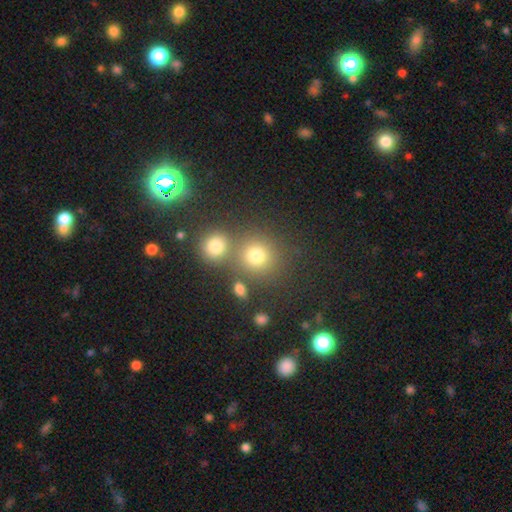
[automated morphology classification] Overall: smooth (76%). How rounded: round (87%). Merging: none (62%; merger 26%).